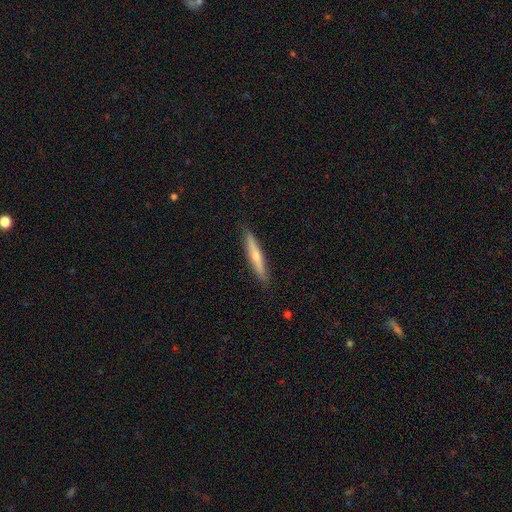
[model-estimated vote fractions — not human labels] A featured or disk galaxy (48%). Merging: none (89%).